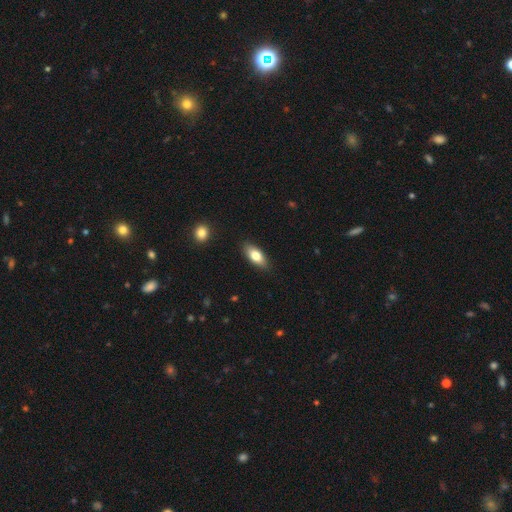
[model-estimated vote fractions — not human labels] smooth 77%, featured or disk 16%, star or artifact 7%. Down the decision tree: how rounded — in between (82%); merging — none (87%).